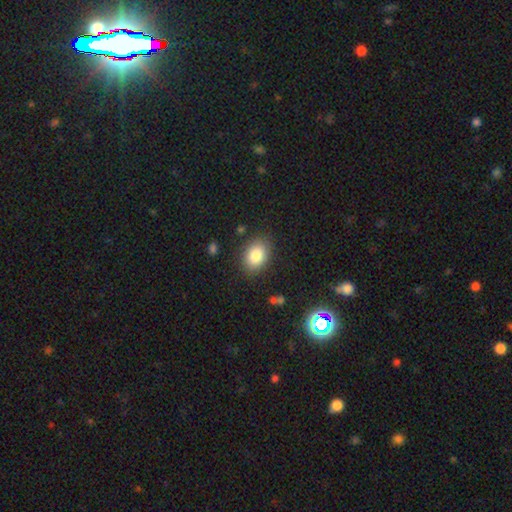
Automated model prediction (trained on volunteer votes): Morphology: type=smooth (83%); roundness=in between (73%); merging=none (85%).